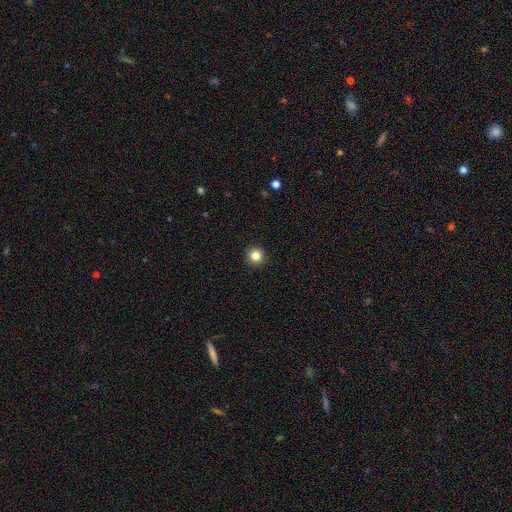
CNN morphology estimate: A smooth galaxy with no disk features (84%) that is round (95%). Merging: none (93%).